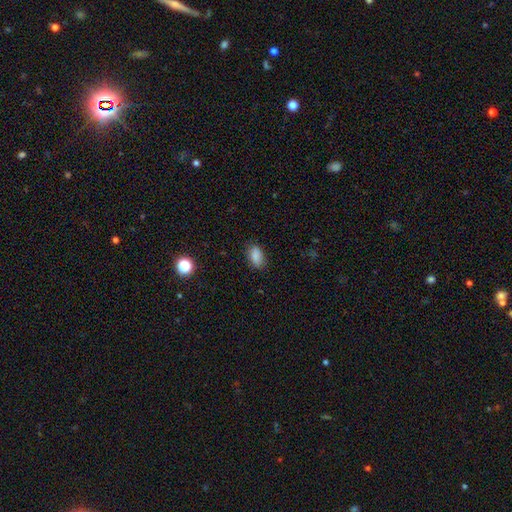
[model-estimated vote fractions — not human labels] Smooth or featured?
  - smooth: 85% *
  - star or artifact: 9%
  - featured or disk: 6%
How rounded?
  - in between: 91% *
  - round: 7%
  - cigar-shaped: 3%
Merging?
  - none: 82% *
  - minor disturbance: 14%
  - major disturbance: 3%
  - merger: 1%